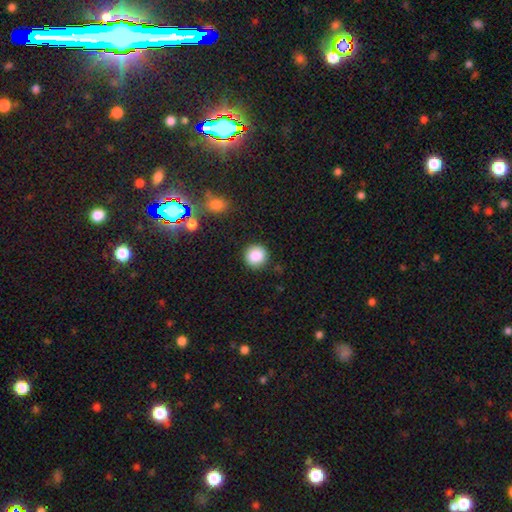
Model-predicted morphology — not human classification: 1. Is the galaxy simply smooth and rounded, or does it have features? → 87% smooth, 10% star or artifact, 4% featured or disk.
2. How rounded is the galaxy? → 93% round, 6% in between, 1% cigar-shaped.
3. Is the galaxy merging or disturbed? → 89% none, 7% minor disturbance, 2% major disturbance, 2% merger.